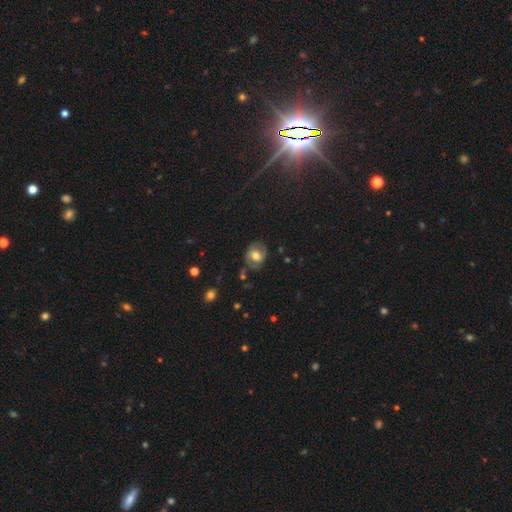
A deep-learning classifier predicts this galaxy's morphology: Smooth or featured? Predicted: smooth (p=0.49). Merging? Predicted: none (p=0.67).